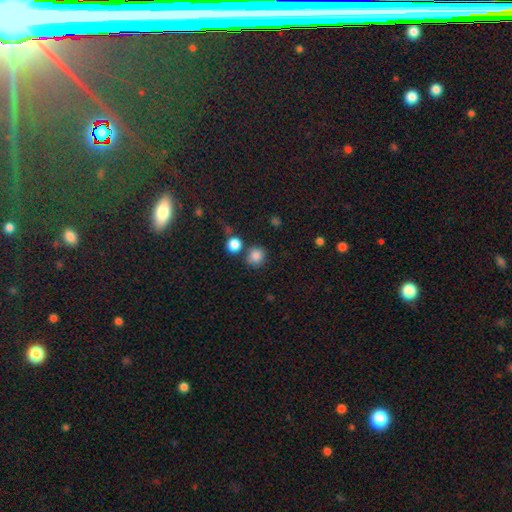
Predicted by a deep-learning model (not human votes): Q: Smooth or featured?
A: smooth (84%); runner-up: star or artifact (11%)
Q: How rounded?
A: round (89%); runner-up: in between (10%)
Q: Merging?
A: none (69%); runner-up: merger (16%)